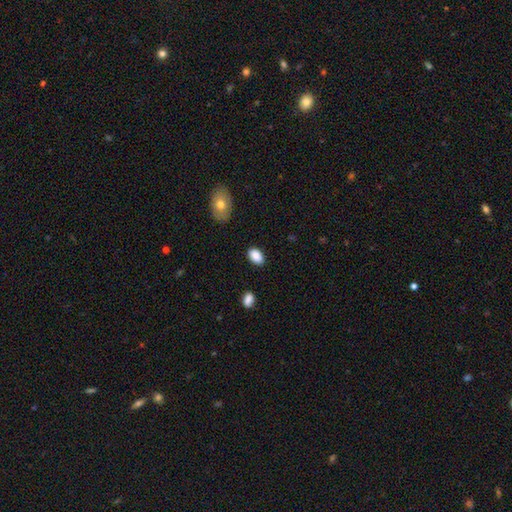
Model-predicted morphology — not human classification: Q: Smooth or featured?
A: smooth (89%); runner-up: star or artifact (7%)
Q: How rounded?
A: in between (89%); runner-up: round (9%)
Q: Merging?
A: none (85%); runner-up: minor disturbance (11%)